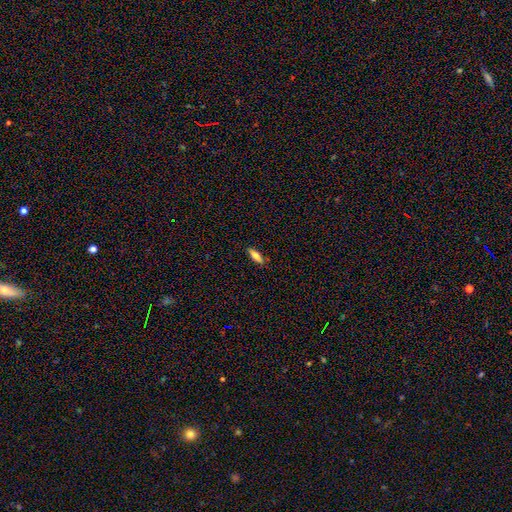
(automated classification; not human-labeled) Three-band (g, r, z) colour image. It shows a smooth galaxy with no disk features (73%) that is in between round and cigar-shaped (59%). Merging: none (86%).